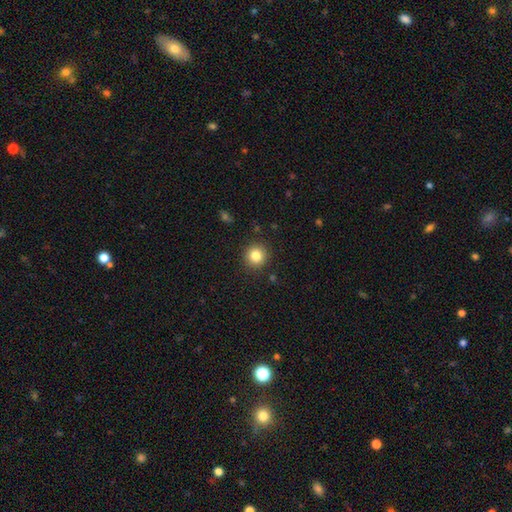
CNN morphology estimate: Smooth or featured? smooth (83%)
How rounded? round (93%)
Merging? none (90%)